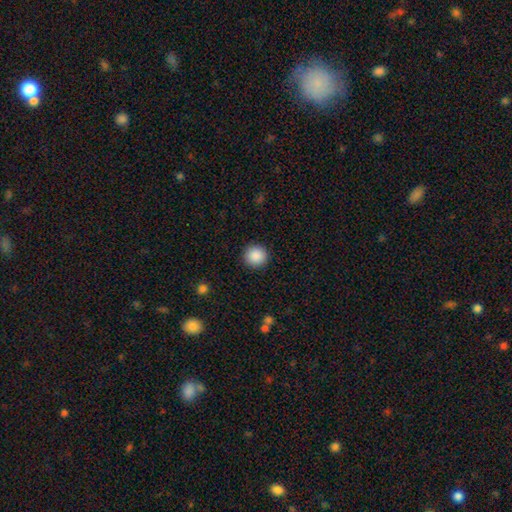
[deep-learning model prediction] The model was most divided on "smooth or featured": smooth: 89%, star or artifact: 8%, featured or disk: 3%. More confident: how rounded — round (95%); merging — none (92%).